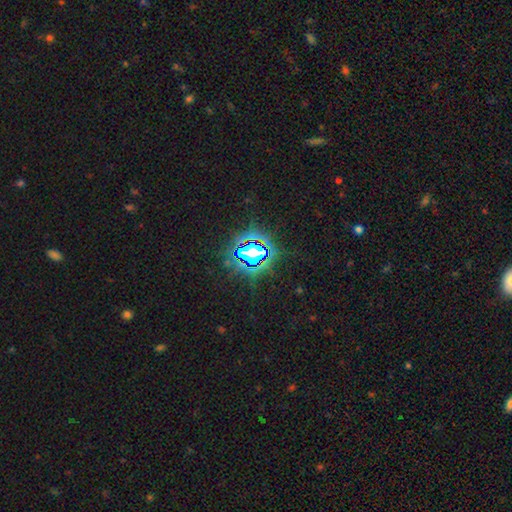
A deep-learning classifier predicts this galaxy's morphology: A star or artifact, not a galaxy (82%).